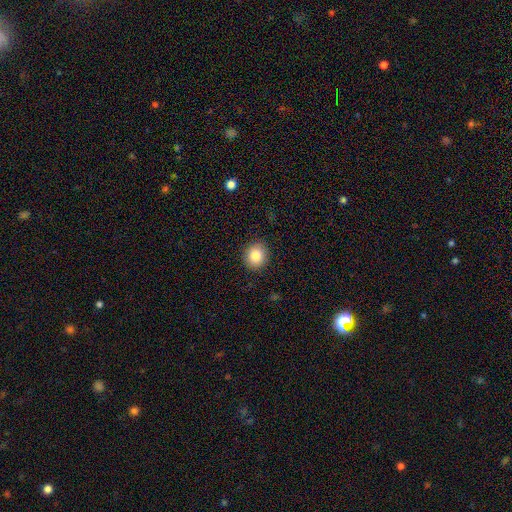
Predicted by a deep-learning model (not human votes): This is clearly a smooth galaxy (84%). How rounded: likely round (68%). Merging: clearly none (89%).